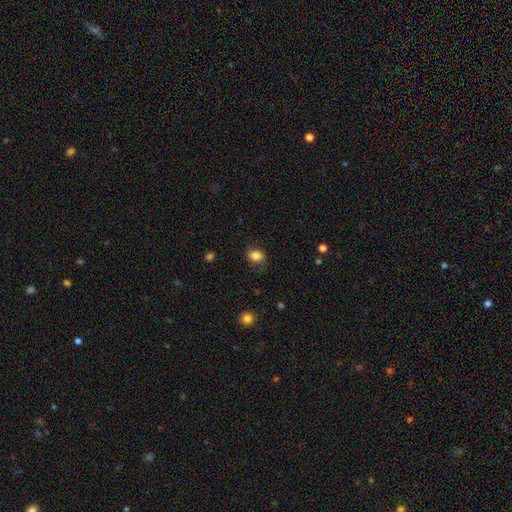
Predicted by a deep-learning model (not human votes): smooth 81%, featured or disk 10%, star or artifact 9%. Down the decision tree: how rounded — in between (63%); merging — none (68%).